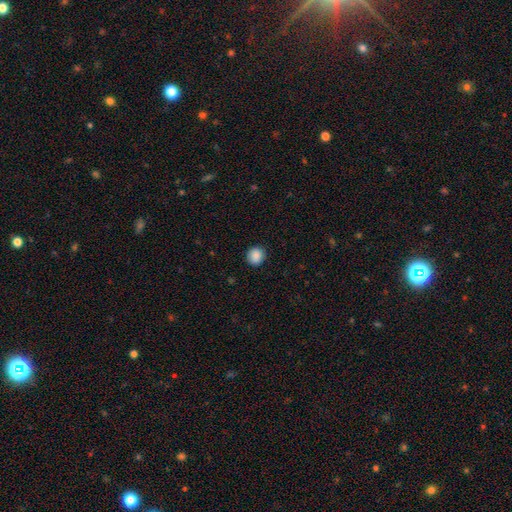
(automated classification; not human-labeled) The model was most divided on "how rounded": round: 86%, in between: 13%, cigar-shaped: 1%. More confident: merging — none (89%); smooth or featured — smooth (88%).